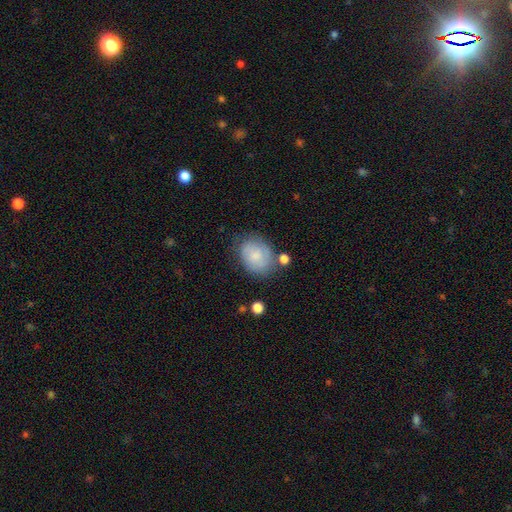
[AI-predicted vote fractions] smooth 73%, featured or disk 19%, star or artifact 8%. Down the decision tree: how rounded — in between (59%); merging — none (65%).